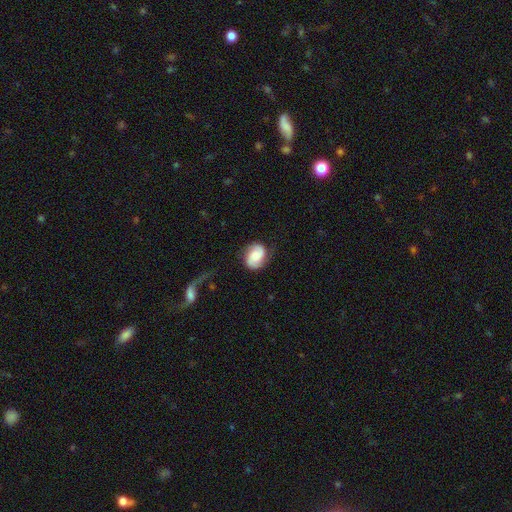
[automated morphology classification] Smooth or featured?
  - featured or disk: 57% *
  - smooth: 35%
  - star or artifact: 8%
Edge-on disk?
  - no: 97% *
  - yes: 3%
Bar?
  - no: 60% *
  - weak: 31%
  - strong: 9%
Spiral arms?
  - yes: 92% *
  - no: 8%
Spiral winding?
  - medium: 41% *
  - tight: 30%
  - loose: 29%
Spiral arm count?
  - 2: 88% *
  - can't tell: 5%
  - 1: 3%
  - 3: 2%
  - 4: 1%
  - more than 4: 1%
Bulge size?
  - moderate: 36% *
  - small: 23%
  - large: 20%
  - none: 15%
  - dominant: 6%
Merging?
  - none: 71% *
  - minor disturbance: 18%
  - major disturbance: 9%
  - merger: 2%